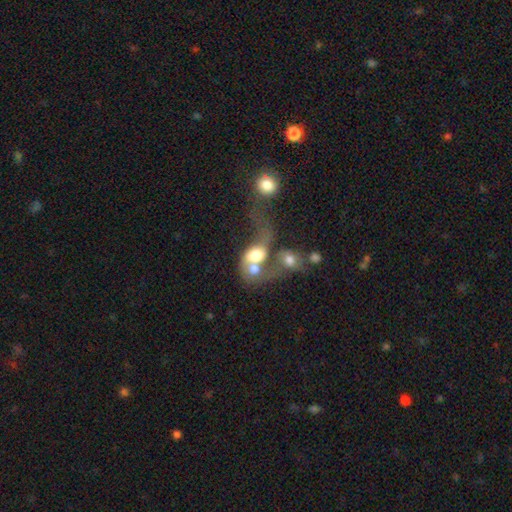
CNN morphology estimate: Smooth or featured: smooth — 49% (featured or disk — 40%)
Merging: merger — 70% (major disturbance — 17%)